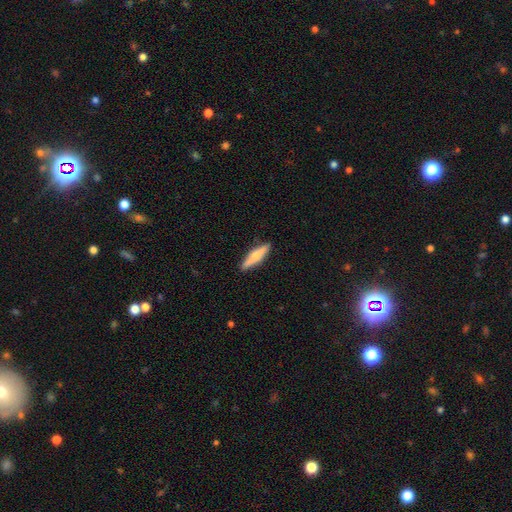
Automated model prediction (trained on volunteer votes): Smooth or featured?
  - smooth: 52% *
  - featured or disk: 43%
  - star or artifact: 6%
How rounded?
  - cigar-shaped: 81% *
  - in between: 17%
  - round: 2%
Merging?
  - none: 90% *
  - minor disturbance: 8%
  - major disturbance: 2%
  - merger: 1%